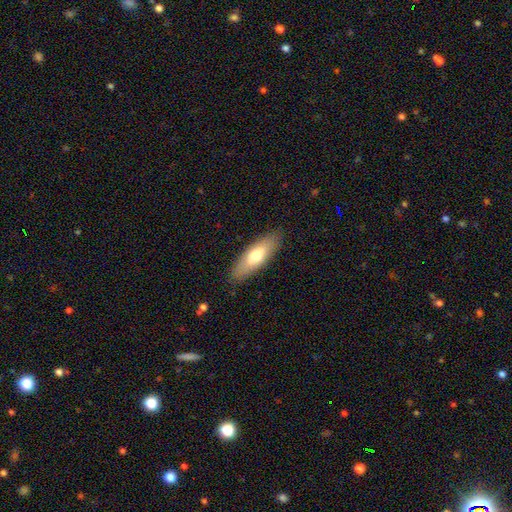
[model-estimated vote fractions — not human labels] Smooth or featured? Predicted: smooth (p=0.66). How rounded? Predicted: in between (p=0.60). Merging? Predicted: none (p=0.86).